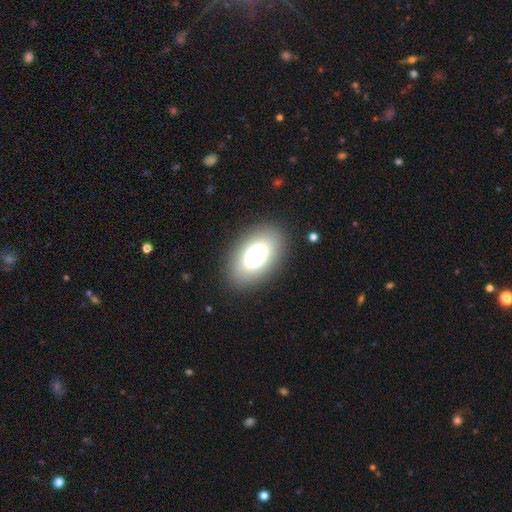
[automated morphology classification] A smooth galaxy with no disk features (72%) that is in between round and cigar-shaped (86%).

Vote fractions:
- Smooth or featured? smooth: 72% / featured or disk: 17% / star or artifact: 11%
- How rounded? in between: 86% / round: 12% / cigar-shaped: 2%
- Merging? none: 84% / minor disturbance: 10% / major disturbance: 5% / merger: 1%